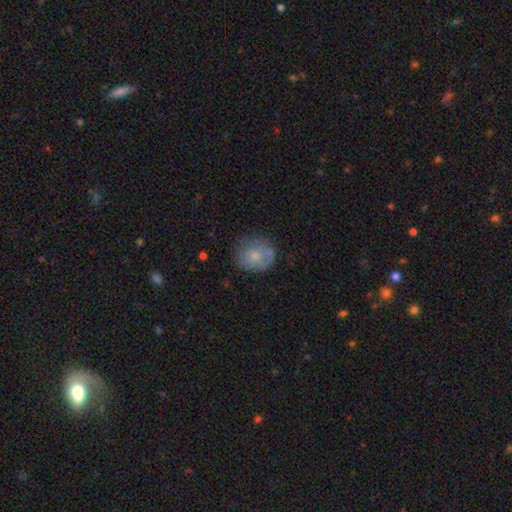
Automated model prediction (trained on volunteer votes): This appears to be a smooth galaxy with no disk features (65%) that is round (75%). Merging: none (64%).